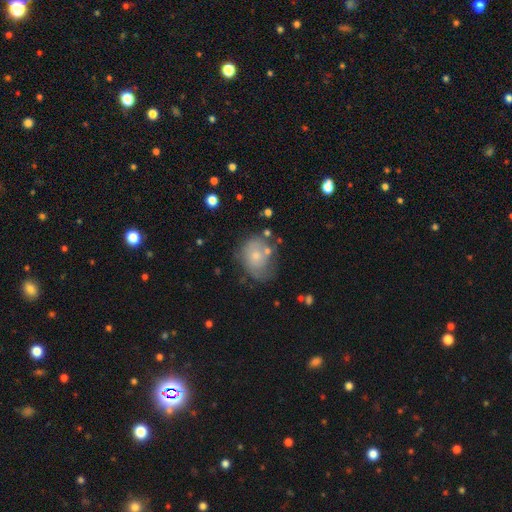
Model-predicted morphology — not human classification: Smooth or featured: smooth — 50% (featured or disk — 41%)
How rounded: round — 51% (in between — 48%)
Merging: none — 46% (minor disturbance — 29%)